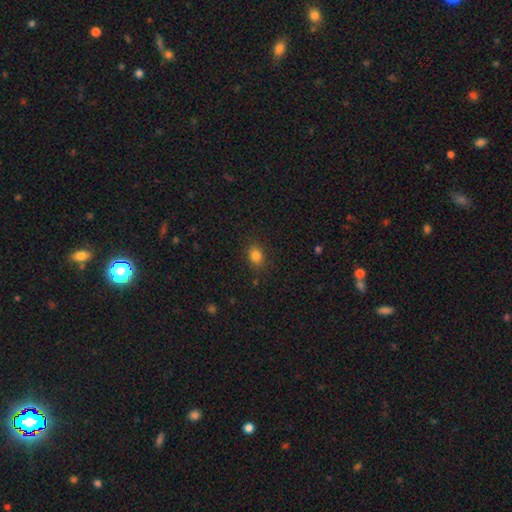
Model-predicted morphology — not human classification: Smooth or featured?
  - smooth: 83% *
  - star or artifact: 12%
  - featured or disk: 5%
How rounded?
  - in between: 55% *
  - round: 44%
  - cigar-shaped: 1%
Merging?
  - none: 85% *
  - minor disturbance: 10%
  - major disturbance: 3%
  - merger: 1%